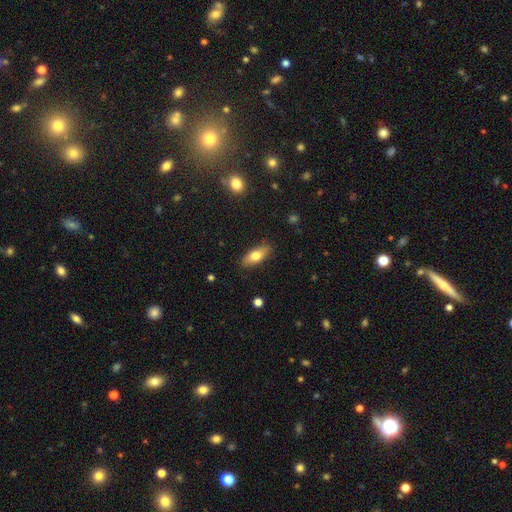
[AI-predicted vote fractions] This appears to be a smooth galaxy with no disk features (72%) that is in between round and cigar-shaped (77%). Merging: none (86%).